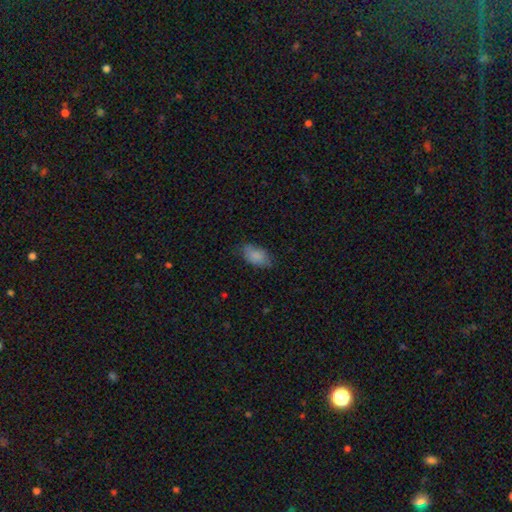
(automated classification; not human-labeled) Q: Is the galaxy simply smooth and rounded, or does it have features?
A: smooth — 85%.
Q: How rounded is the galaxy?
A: in between — 92%.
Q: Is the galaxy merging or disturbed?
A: none — 73%.